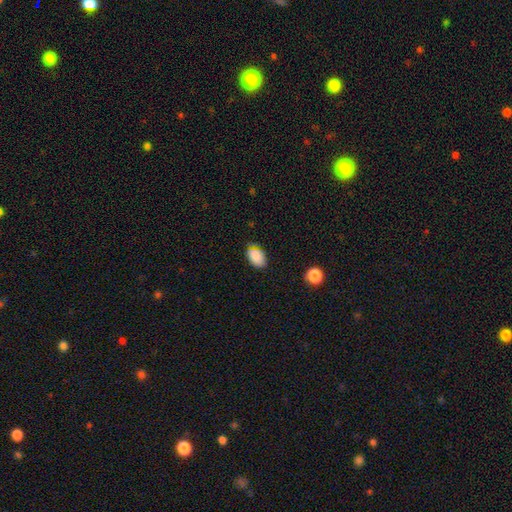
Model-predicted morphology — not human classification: A smooth galaxy with no disk features (86%) that is in between round and cigar-shaped (88%). Merging: none (67%).